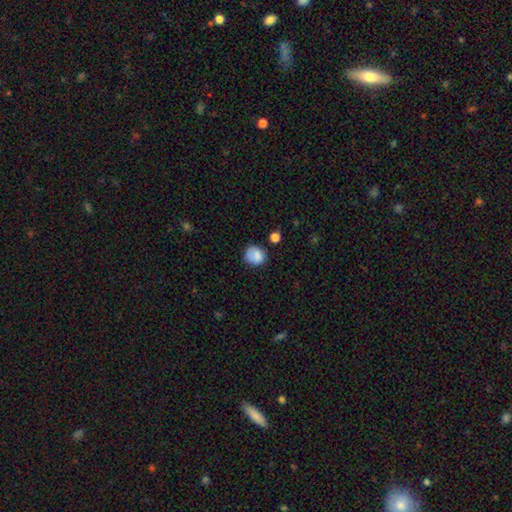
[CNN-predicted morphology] A smooth galaxy with no disk features (82%) that is round (78%).

Vote fractions:
- Smooth or featured? smooth: 82% / star or artifact: 9% / featured or disk: 9%
- How rounded? round: 78% / in between: 21% / cigar-shaped: 1%
- Merging? none: 67% / minor disturbance: 22% / major disturbance: 7% / merger: 5%